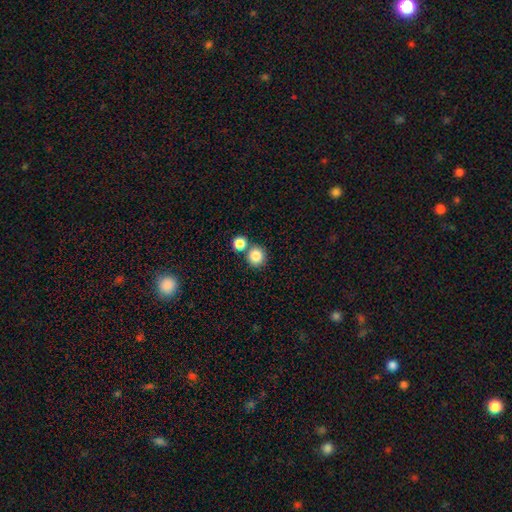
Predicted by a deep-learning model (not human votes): A smooth galaxy with no disk features (84%) that is round (92%). Merging: none (69%).